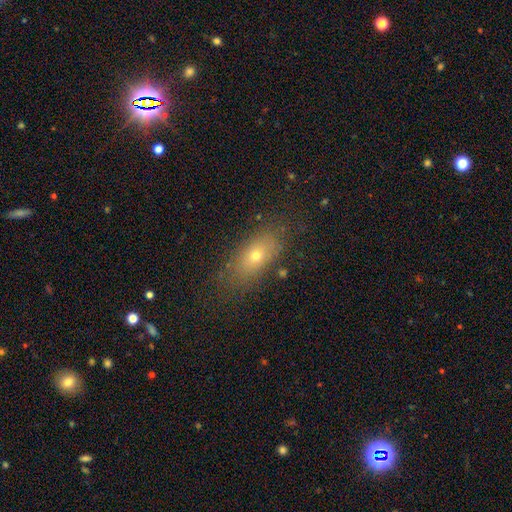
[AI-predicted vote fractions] Smooth or featured? smooth (64%)
How rounded? in between (75%)
Merging? none (78%)